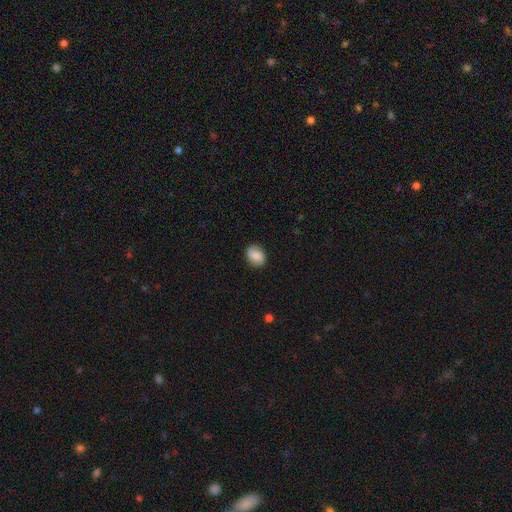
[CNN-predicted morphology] smooth_or_featured: smooth (p=0.56) [alt: featured or disk p=0.36]
how_rounded: round (p=0.53) [alt: in between p=0.46]
merging: none (p=0.80) [alt: minor disturbance p=0.15]